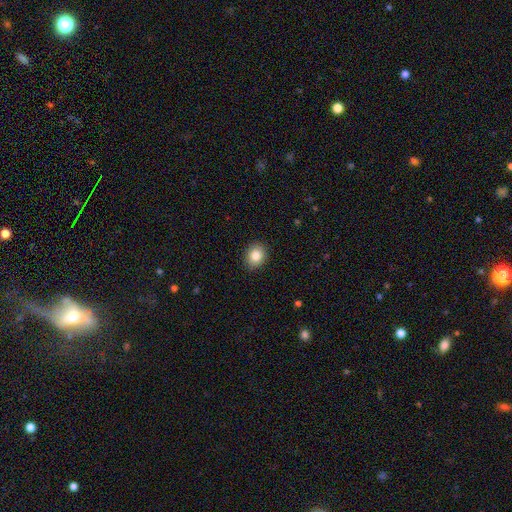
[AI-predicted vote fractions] Smooth or featured? smooth (84%)
How rounded? round (64%)
Merging? none (90%)